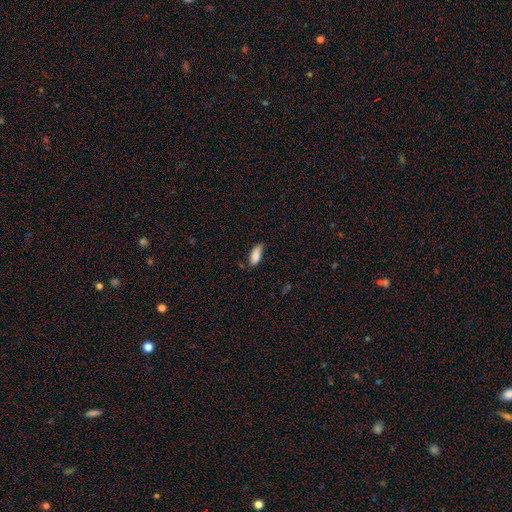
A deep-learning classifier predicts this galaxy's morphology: A smooth galaxy with no disk features (82%) that is in between round and cigar-shaped (78%). Merging: none (50%).